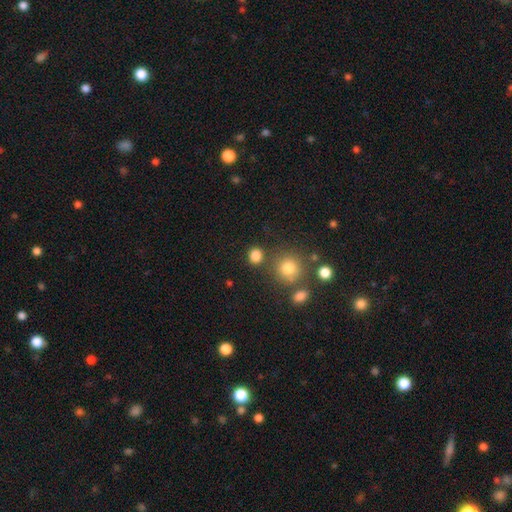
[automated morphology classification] This is clearly a smooth galaxy (81%). How rounded: likely round (74%). Merging: likely none (77%).